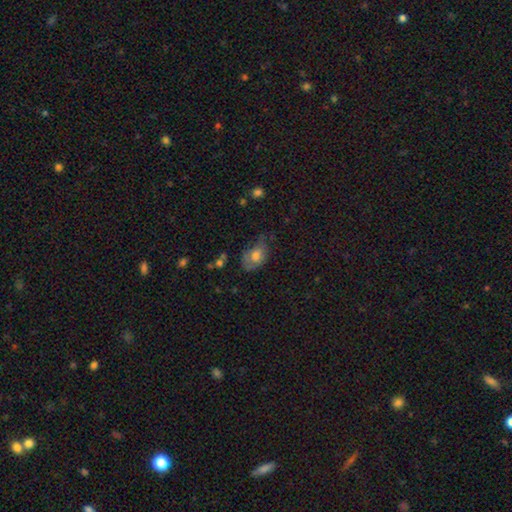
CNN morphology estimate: Smooth or featured? Predicted: smooth (p=0.67). How rounded? Predicted: in between (p=0.81). Merging? Predicted: minor disturbance (p=0.40).